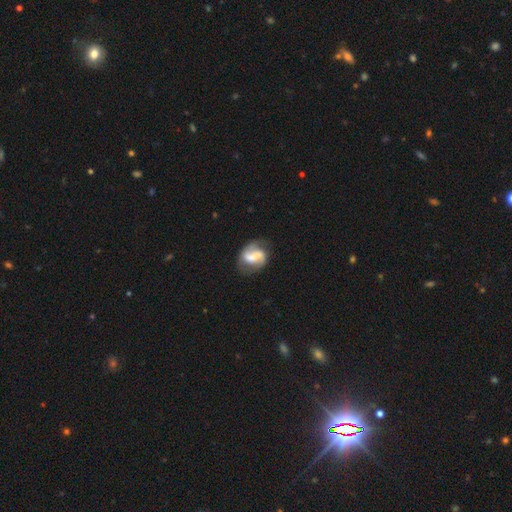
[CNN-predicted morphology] type=featured or disk (68%); edge-on=no (97%); bar=strong (44%); spiral arms=yes (86%); winding=loose (45%); arm count=2 (82%); bulge=none (34%); merging=none (63%).